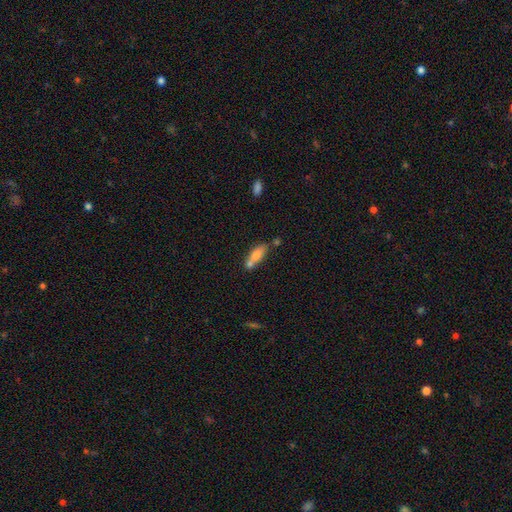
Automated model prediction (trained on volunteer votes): Overall: smooth (76%). How rounded: in between (58%; cigar-shaped 39%). Merging: none (46%; merger 32%).